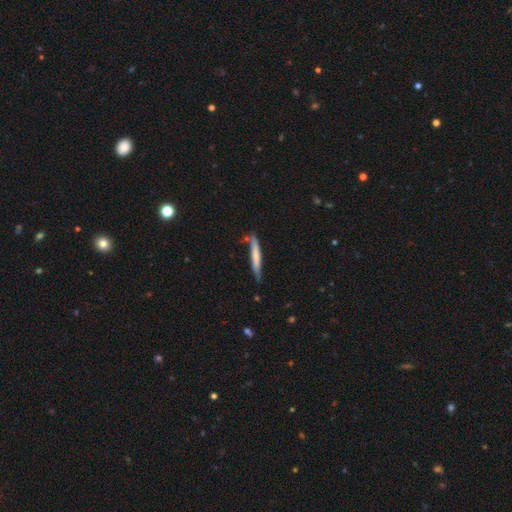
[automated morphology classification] The model was most divided on "smooth or featured": smooth: 62%, featured or disk: 33%, star or artifact: 5%. More confident: how rounded — cigar-shaped (94%); merging — none (70%).